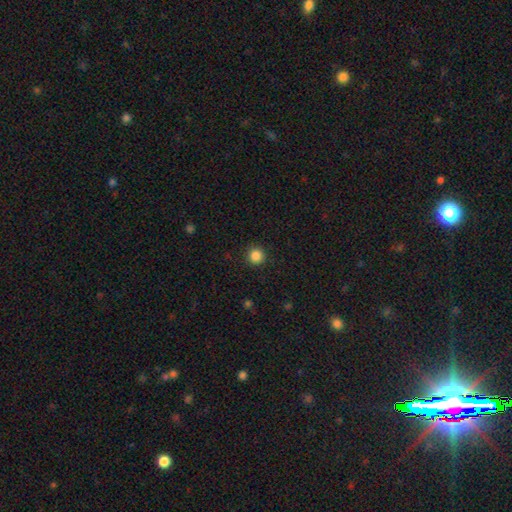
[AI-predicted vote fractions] Morphology: type=smooth (86%); roundness=round (95%); merging=none (91%).